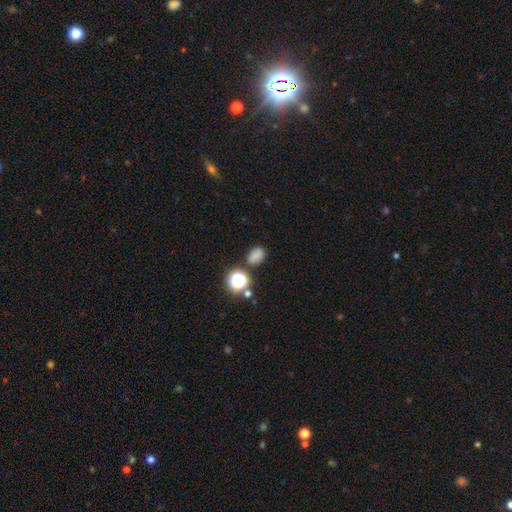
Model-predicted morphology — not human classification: Smooth or featured?
  - smooth: 75% *
  - star or artifact: 19%
  - featured or disk: 6%
How rounded?
  - in between: 66% *
  - round: 32%
  - cigar-shaped: 1%
Merging?
  - none: 76% *
  - minor disturbance: 14%
  - merger: 6%
  - major disturbance: 4%